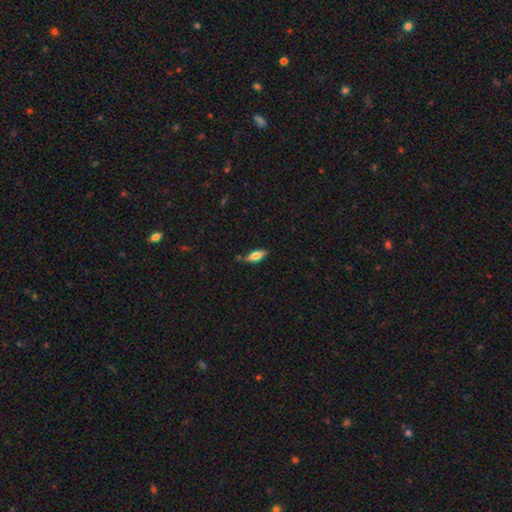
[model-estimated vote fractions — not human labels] smooth 55%, featured or disk 38%, star or artifact 7%. Down the decision tree: how rounded — in between (65%); merging — none (76%).